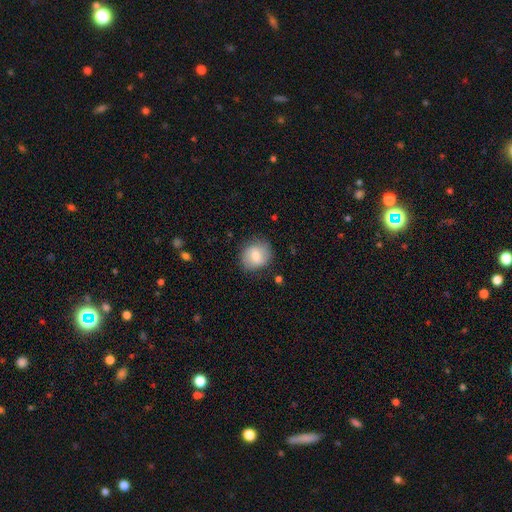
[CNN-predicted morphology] Overall: smooth (73%). How rounded: round (72%). Merging: none (79%).